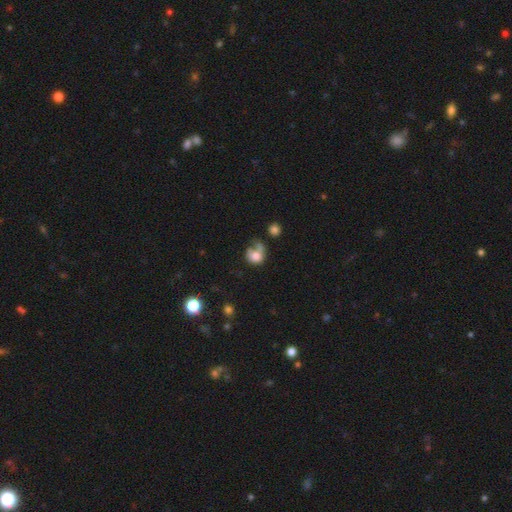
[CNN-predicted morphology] Overall: smooth (68%). How rounded: round (64%; in between 35%). Merging: major disturbance (30%; none 27%).